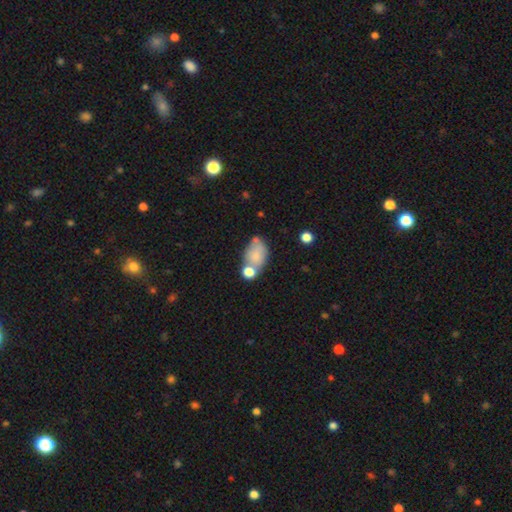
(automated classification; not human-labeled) smooth-or-featured: smooth: 72% | featured or disk: 18% | star or artifact: 9%
  how-rounded: in between: 85% | round: 13% | cigar-shaped: 2%
  merging: none: 41% | merger: 32% | minor disturbance: 19% | major disturbance: 8%